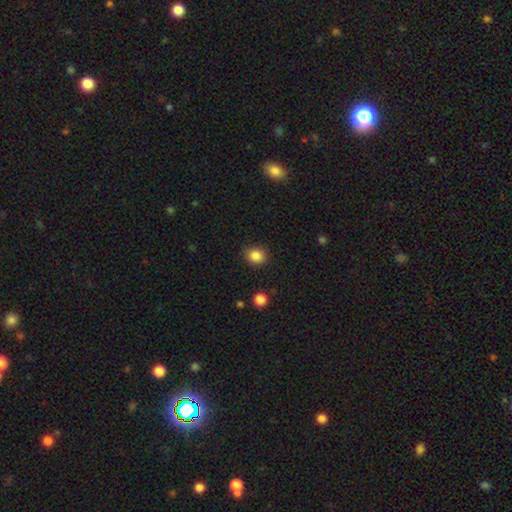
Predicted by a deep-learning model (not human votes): Smooth or featured? smooth (85%)
How rounded? round (69%)
Merging? none (86%)